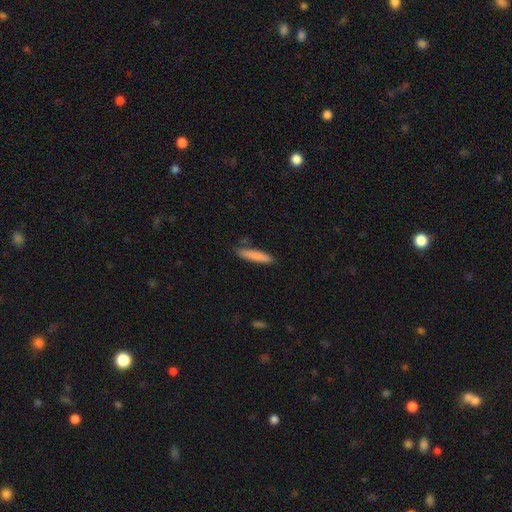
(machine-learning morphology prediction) Smooth or featured? smooth (84%)
How rounded? cigar-shaped (85%)
Merging? none (78%)